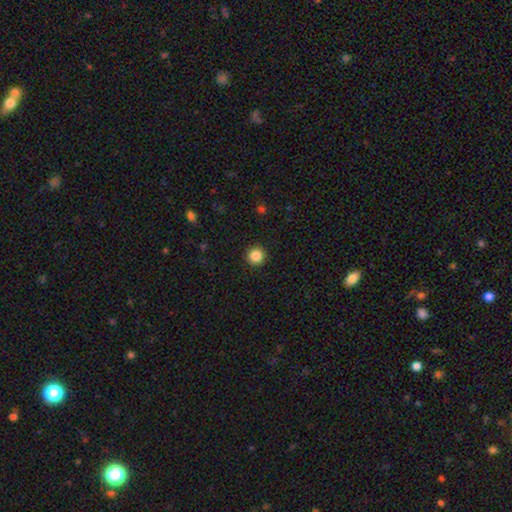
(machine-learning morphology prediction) Smooth or featured? smooth (86%)
How rounded? round (96%)
Merging? none (93%)